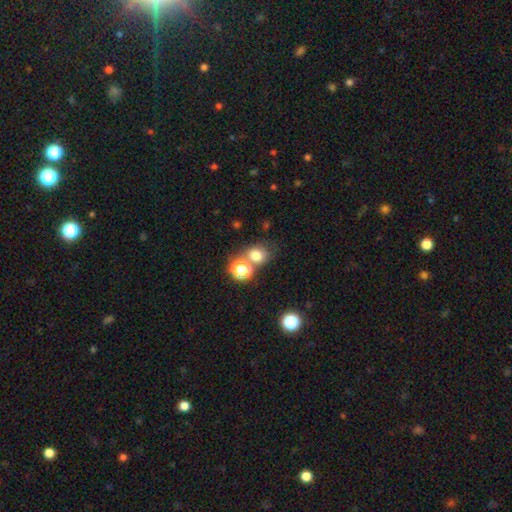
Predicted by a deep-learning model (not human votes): Morphology: type=smooth (75%); roundness=round (69%); merging=none (54%).